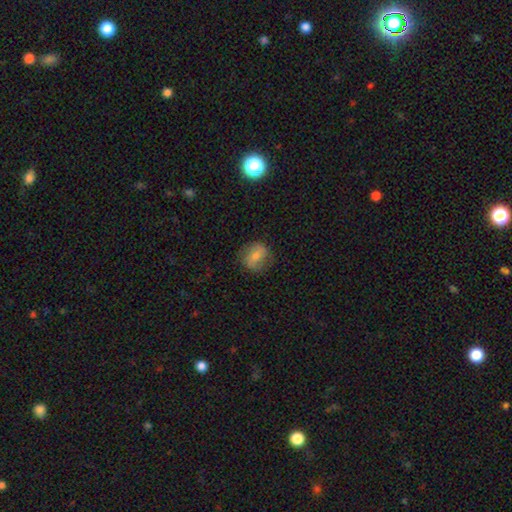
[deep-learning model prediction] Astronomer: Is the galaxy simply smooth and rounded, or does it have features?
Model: smooth — 55% (runner-up: featured or disk, 33%).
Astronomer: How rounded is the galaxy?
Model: round — 65%.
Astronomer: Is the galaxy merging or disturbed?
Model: none — 78%.